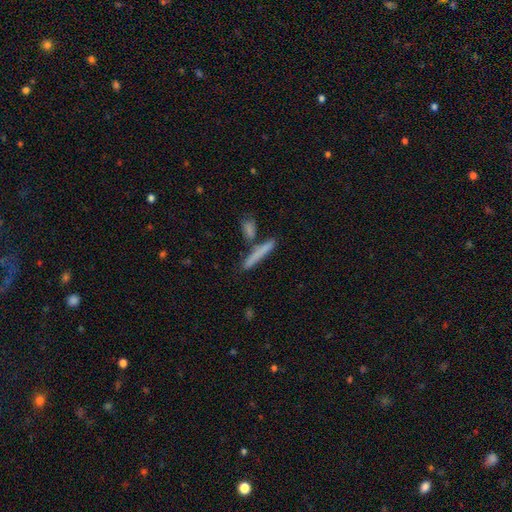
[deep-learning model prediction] This is likely a smooth galaxy (70%). How rounded: clearly cigar-shaped (92%). Merging: likely none (73%).